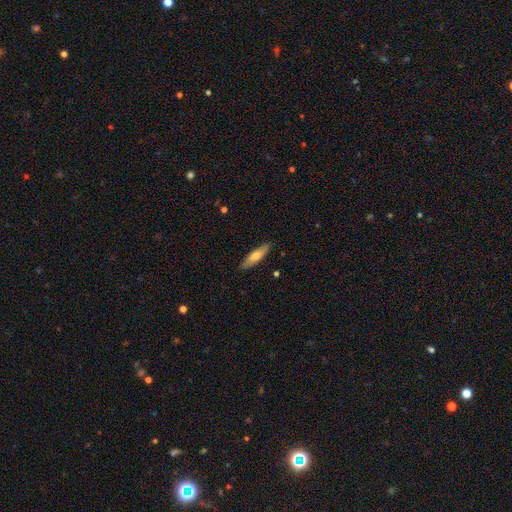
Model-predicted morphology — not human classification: Overall: smooth (67%; featured or disk 27%). How rounded: cigar-shaped (64%; in between 35%). Merging: none (87%).